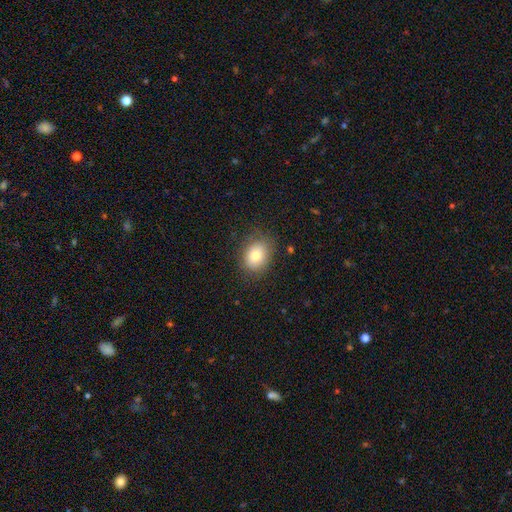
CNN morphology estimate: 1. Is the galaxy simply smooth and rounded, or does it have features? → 78% smooth, 12% featured or disk, 10% star or artifact.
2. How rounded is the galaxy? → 59% in between, 40% round, 1% cigar-shaped.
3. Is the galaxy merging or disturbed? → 81% none, 14% minor disturbance, 4% major disturbance, 1% merger.